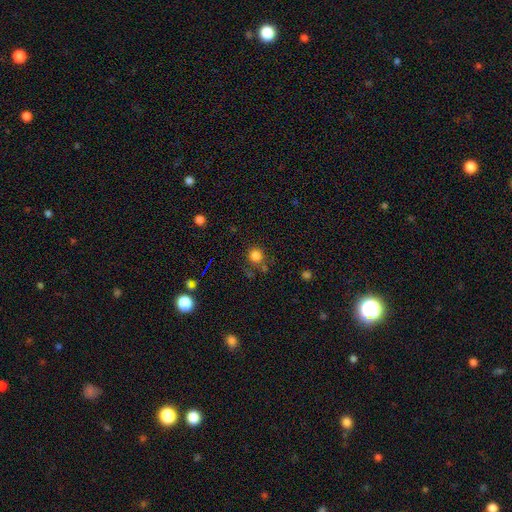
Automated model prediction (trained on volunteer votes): Smooth or featured? Predicted: smooth (p=0.81). How rounded? Predicted: round (p=0.91). Merging? Predicted: none (p=0.76).